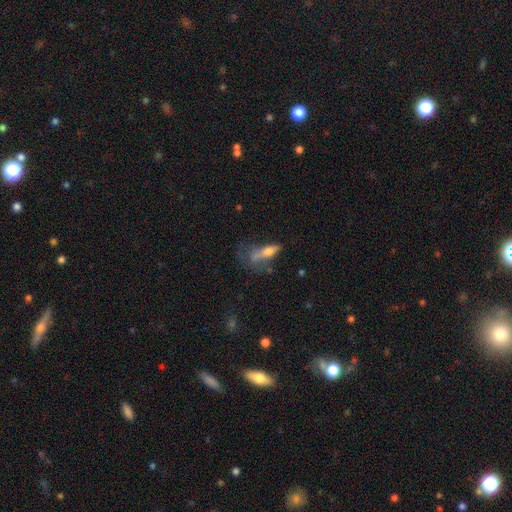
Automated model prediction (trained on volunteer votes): Smooth or featured? Predicted: smooth (p=0.49). Merging? Predicted: major disturbance (p=0.40).